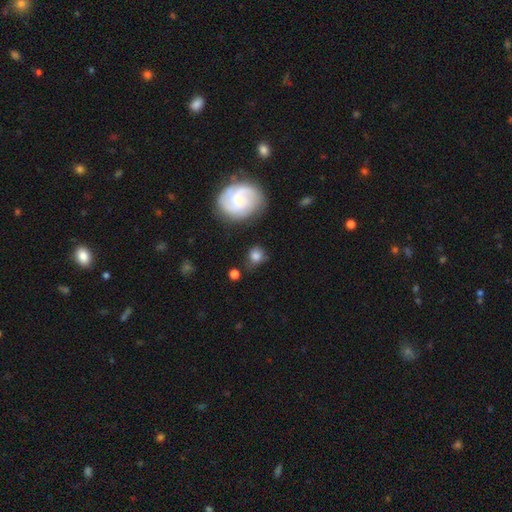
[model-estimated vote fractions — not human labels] Smooth or featured? Predicted: smooth (p=0.71). How rounded? Predicted: round (p=0.75). Merging? Predicted: none (p=0.66).